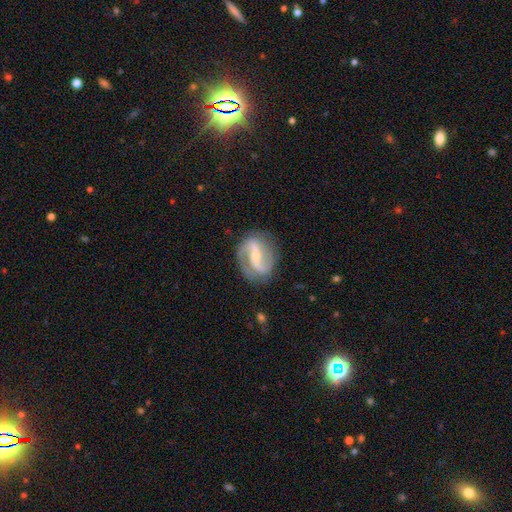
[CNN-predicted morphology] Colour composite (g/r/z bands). It shows a featured or disk galaxy (87%) with a strong bar (45%), 2 (88%) medium (45%) spiral arms (95%) and a small central bulge (60%). Merging: none (78%).